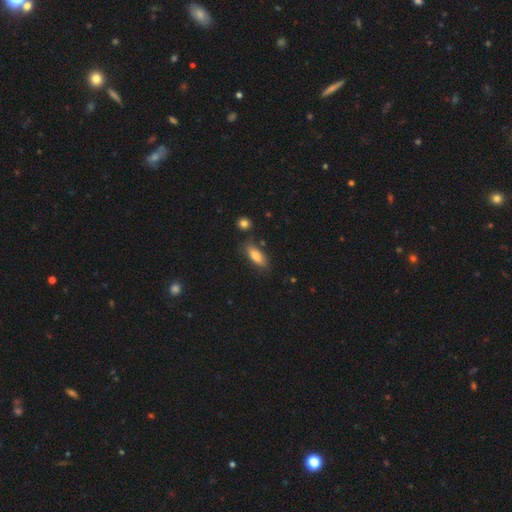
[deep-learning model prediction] A smooth galaxy with no disk features (80%) that is in between round and cigar-shaped (73%).

Vote fractions:
- Smooth or featured? smooth: 80% / featured or disk: 13% / star or artifact: 7%
- How rounded? in between: 73% / cigar-shaped: 25% / round: 3%
- Merging? none: 76% / minor disturbance: 16% / merger: 5% / major disturbance: 4%